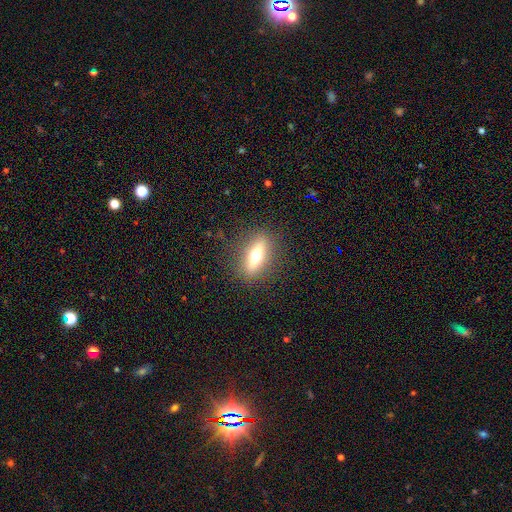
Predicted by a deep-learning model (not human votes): This is possibly a smooth galaxy (47%). Merging: clearly none (86%).